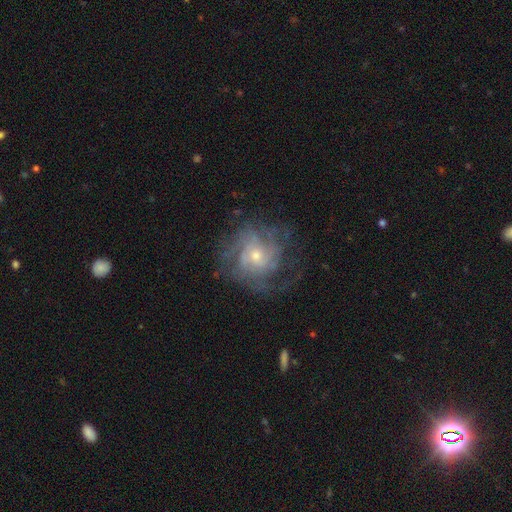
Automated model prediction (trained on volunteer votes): A featured or disk galaxy (74%) with no bar (75%), tight (46%) spiral arms (83%) and a small central bulge (58%). Merging: none (61%).